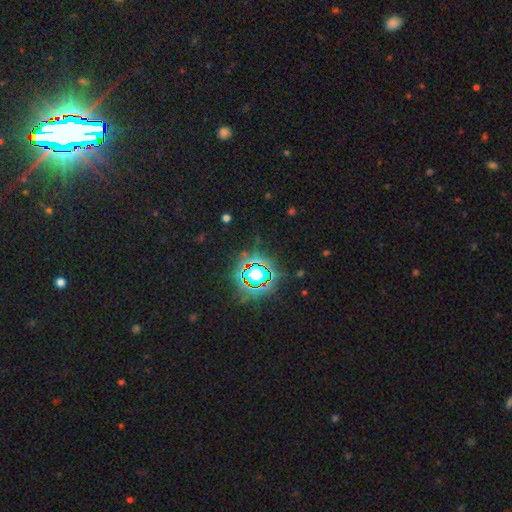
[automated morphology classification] Q: Smooth or featured?
A: star or artifact (80%); runner-up: smooth (12%)